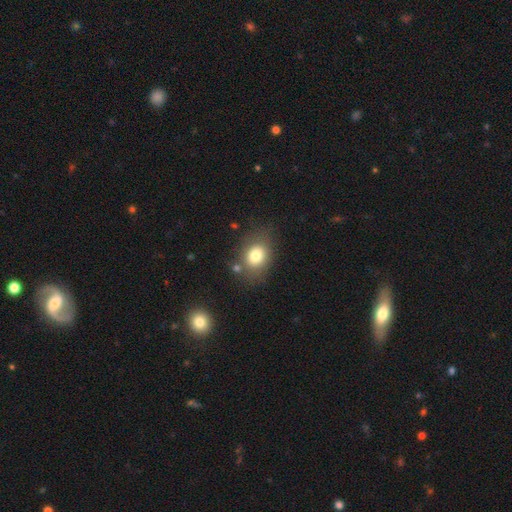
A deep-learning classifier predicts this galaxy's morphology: A smooth galaxy with no disk features (77%) that is in between round and cigar-shaped (57%).

Vote fractions:
- Smooth or featured? smooth: 77% / featured or disk: 13% / star or artifact: 10%
- How rounded? in between: 57% / round: 42% / cigar-shaped: 1%
- Merging? none: 72% / minor disturbance: 15% / merger: 7% / major disturbance: 6%